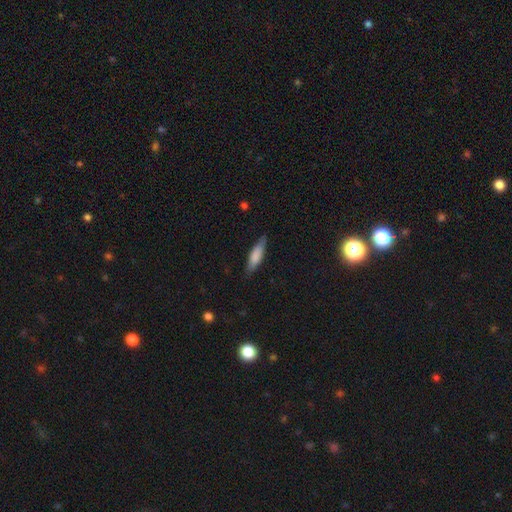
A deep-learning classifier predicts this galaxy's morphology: Overall: smooth (76%). How rounded: cigar-shaped (63%; in between 36%). Merging: none (80%).